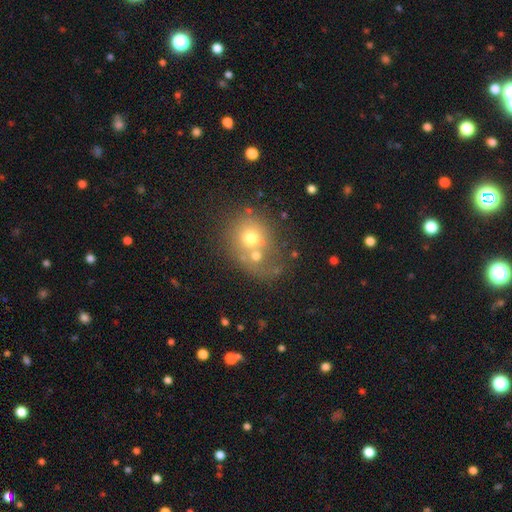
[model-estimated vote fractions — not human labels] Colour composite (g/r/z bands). It shows a smooth galaxy with no disk features (60%) that is round (71%). Merging: merger (45%).